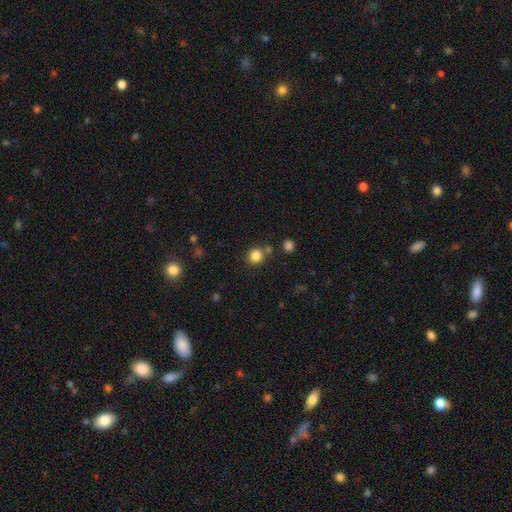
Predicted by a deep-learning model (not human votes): Smooth or featured?
  - smooth: 83% *
  - star or artifact: 12%
  - featured or disk: 5%
How rounded?
  - round: 88% *
  - in between: 11%
  - cigar-shaped: 1%
Merging?
  - none: 77% *
  - merger: 11%
  - minor disturbance: 9%
  - major disturbance: 3%